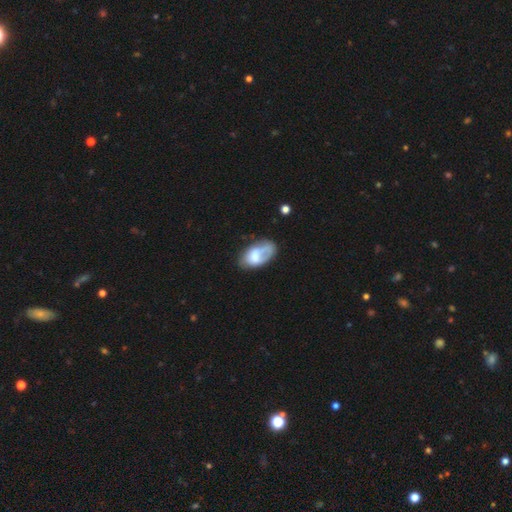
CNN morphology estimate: Smooth or featured? Predicted: smooth (p=0.63). How rounded? Predicted: in between (p=0.93). Merging? Predicted: none (p=0.47).